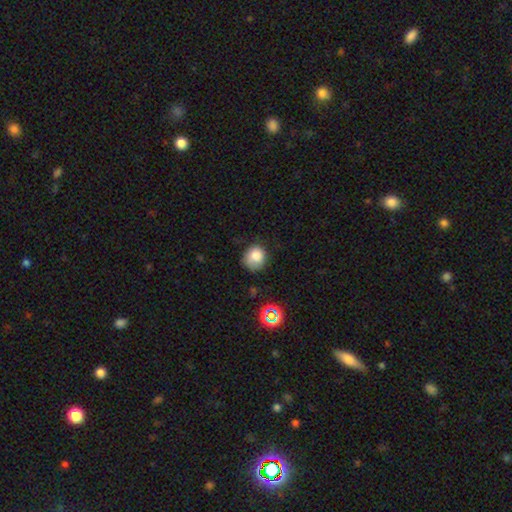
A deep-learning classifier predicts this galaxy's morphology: This appears to be a smooth galaxy with no disk features (80%) that is round (77%). Merging: none (61%).